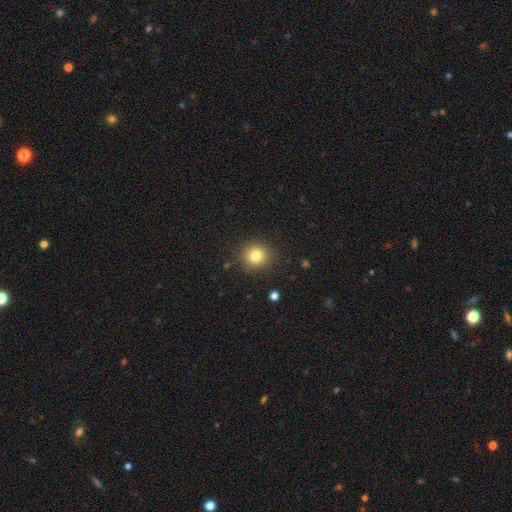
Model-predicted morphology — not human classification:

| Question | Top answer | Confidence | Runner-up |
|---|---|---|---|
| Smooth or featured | smooth | 81% | star or artifact (12%) |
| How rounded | round | 92% | in between (7%) |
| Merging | none | 89% | minor disturbance (7%) |